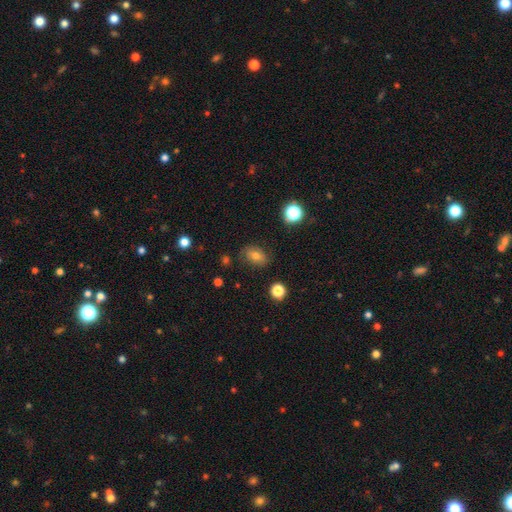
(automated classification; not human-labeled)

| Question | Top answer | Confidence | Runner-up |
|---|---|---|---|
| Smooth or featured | smooth | 68% | featured or disk (18%) |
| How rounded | in between | 79% | round (19%) |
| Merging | none | 78% | minor disturbance (16%) |